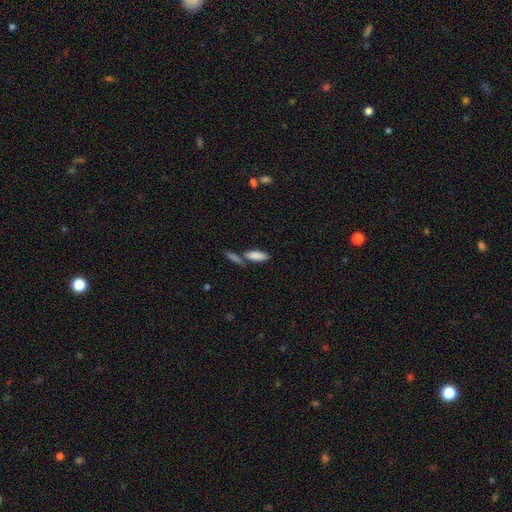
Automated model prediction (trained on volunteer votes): smooth-or-featured: smooth: 83% | featured or disk: 10% | star or artifact: 7%
  how-rounded: in between: 61% | cigar-shaped: 37% | round: 2%
  merging: none: 48% | merger: 37% | minor disturbance: 11% | major disturbance: 4%